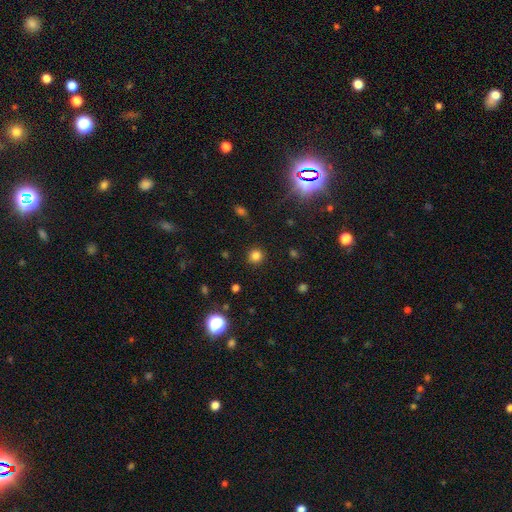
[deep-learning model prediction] smooth 80%, star or artifact 16%, featured or disk 4%. Down the decision tree: how rounded — round (93%); merging — none (90%).